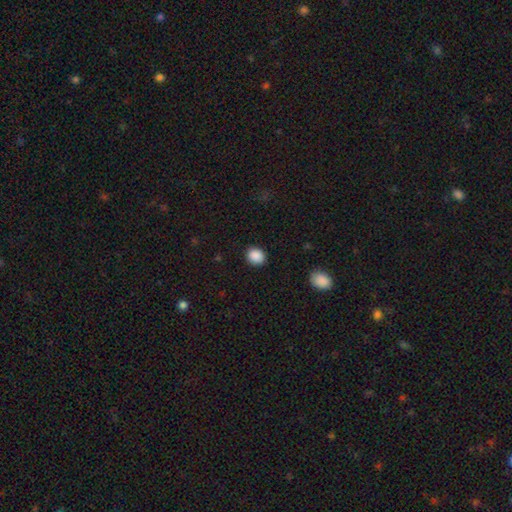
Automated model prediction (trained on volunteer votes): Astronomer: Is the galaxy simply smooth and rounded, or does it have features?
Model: smooth — 89%.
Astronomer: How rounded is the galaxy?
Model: round — 69%.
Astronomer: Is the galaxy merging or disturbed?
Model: none — 89%.